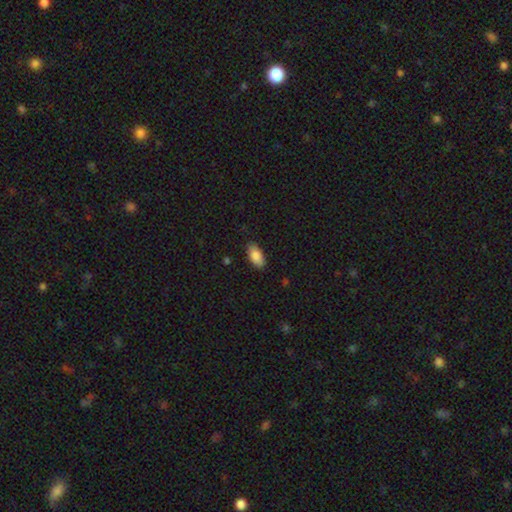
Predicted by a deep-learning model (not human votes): Smooth or featured?
  - smooth: 86% *
  - featured or disk: 8%
  - star or artifact: 7%
How rounded?
  - in between: 92% *
  - cigar-shaped: 6%
  - round: 3%
Merging?
  - none: 84% *
  - minor disturbance: 12%
  - major disturbance: 2%
  - merger: 1%